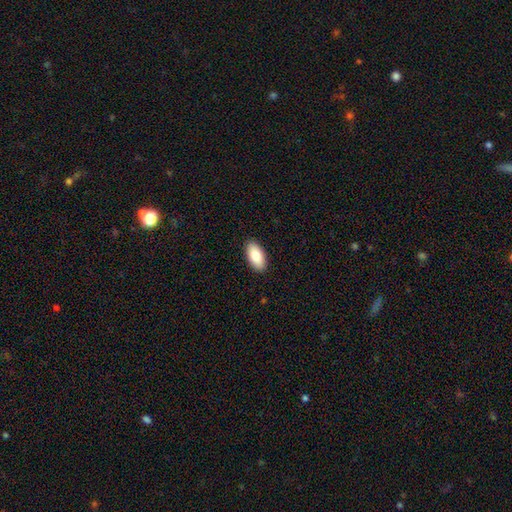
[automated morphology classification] Smooth or featured?
  - smooth: 84% *
  - featured or disk: 10%
  - star or artifact: 6%
How rounded?
  - in between: 94% *
  - cigar-shaped: 4%
  - round: 2%
Merging?
  - none: 91% *
  - minor disturbance: 7%
  - major disturbance: 2%
  - merger: 1%